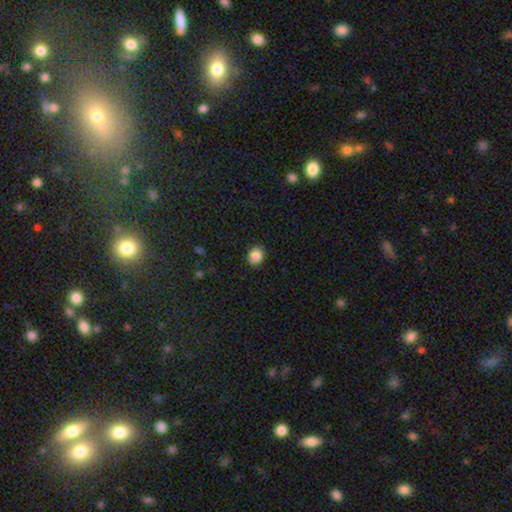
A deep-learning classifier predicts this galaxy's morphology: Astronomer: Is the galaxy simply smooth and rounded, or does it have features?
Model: smooth — 86%.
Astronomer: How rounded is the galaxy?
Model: round — 63%.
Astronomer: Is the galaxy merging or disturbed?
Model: none — 90%.